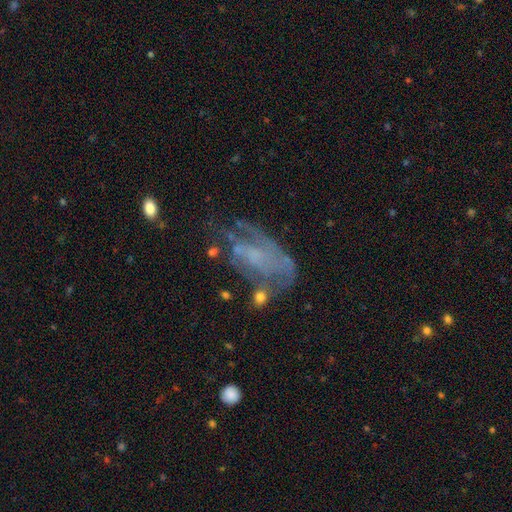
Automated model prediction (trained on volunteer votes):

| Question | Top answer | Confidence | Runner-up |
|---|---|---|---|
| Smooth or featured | featured or disk | 67% | smooth (21%) |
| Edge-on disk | no | 95% | yes (5%) |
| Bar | no | 67% | weak (26%) |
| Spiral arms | yes | 64% | no (36%) |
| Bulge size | none | 46% | small (36%) |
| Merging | none | 40% | major disturbance (29%) |